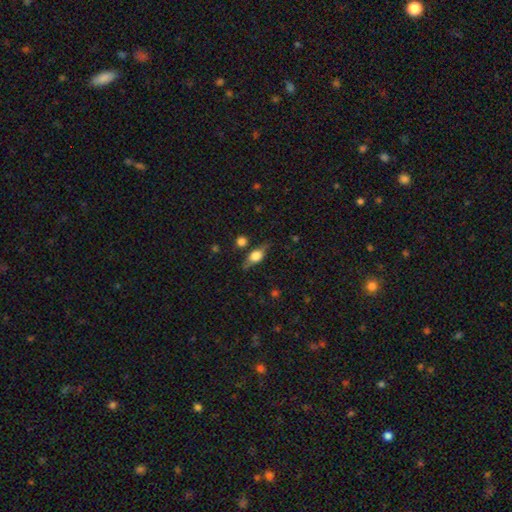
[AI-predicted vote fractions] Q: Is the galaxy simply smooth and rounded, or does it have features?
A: smooth — 50%.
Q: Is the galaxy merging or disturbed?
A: none — 72%.